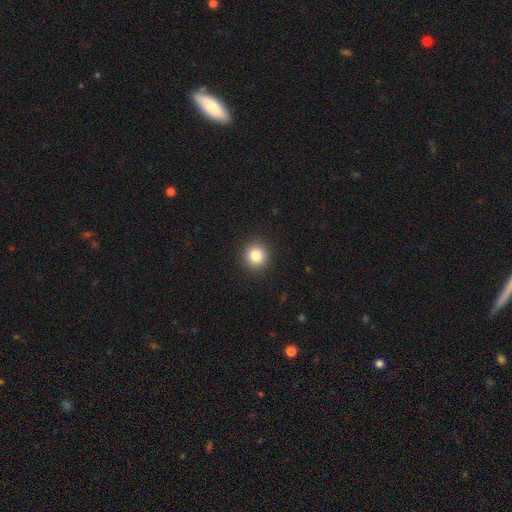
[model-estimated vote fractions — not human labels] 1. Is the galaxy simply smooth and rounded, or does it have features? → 84% smooth, 11% star or artifact, 5% featured or disk.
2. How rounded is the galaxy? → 93% round, 6% in between, 1% cigar-shaped.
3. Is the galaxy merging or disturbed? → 92% none, 5% minor disturbance, 2% major disturbance, 1% merger.